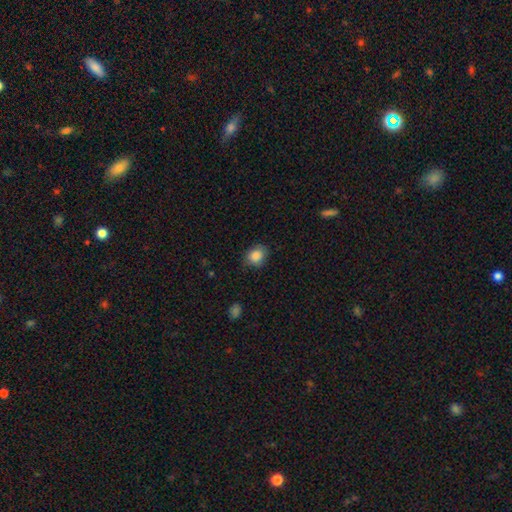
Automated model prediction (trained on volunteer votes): Smooth or featured? Predicted: smooth (p=0.87). How rounded? Predicted: round (p=0.62). Merging? Predicted: none (p=0.79).